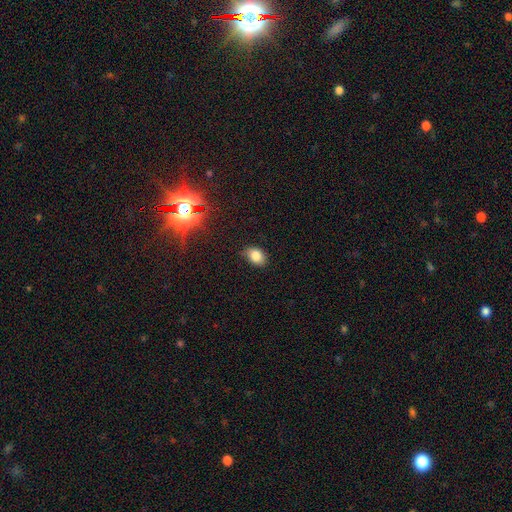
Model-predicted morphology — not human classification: type=smooth (81%); roundness=in between (76%); merging=none (72%).